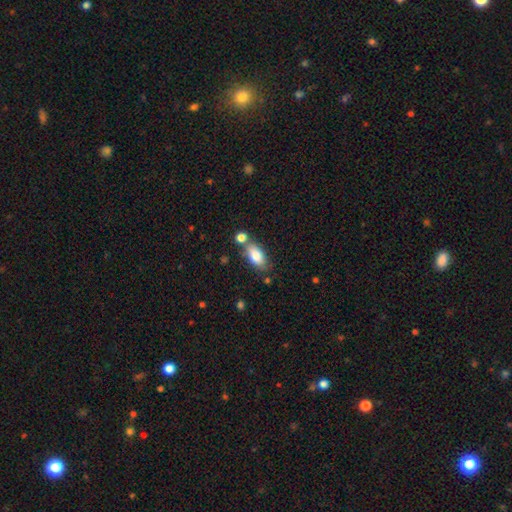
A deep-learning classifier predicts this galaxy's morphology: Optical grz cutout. It shows a smooth galaxy with no disk features (82%) that is in between round and cigar-shaped (89%). Merging: none (61%).